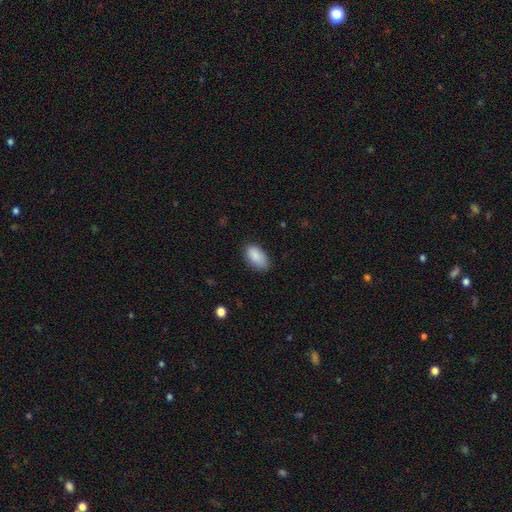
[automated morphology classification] type=smooth (87%); roundness=in between (94%); merging=none (76%).